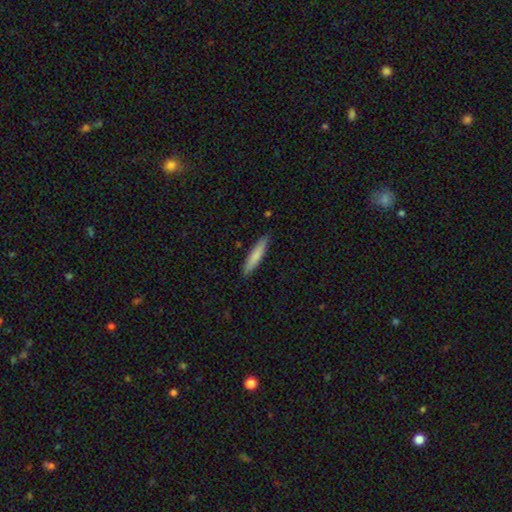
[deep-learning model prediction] Smooth or featured? smooth (79%)
How rounded? cigar-shaped (89%)
Merging? none (89%)